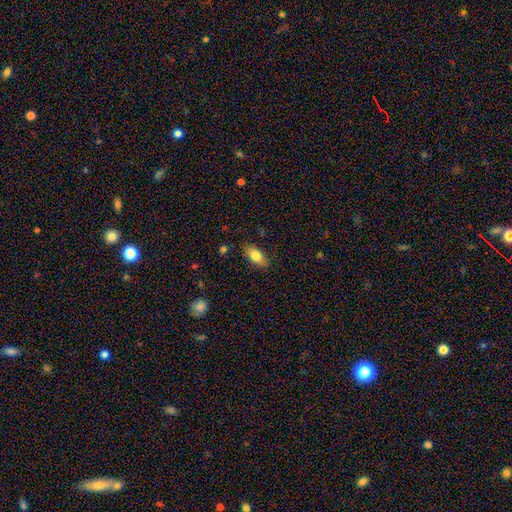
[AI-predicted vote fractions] Smooth or featured?
  - smooth: 80% *
  - featured or disk: 13%
  - star or artifact: 7%
How rounded?
  - in between: 87% *
  - cigar-shaped: 9%
  - round: 4%
Merging?
  - none: 85% *
  - minor disturbance: 12%
  - major disturbance: 3%
  - merger: 1%